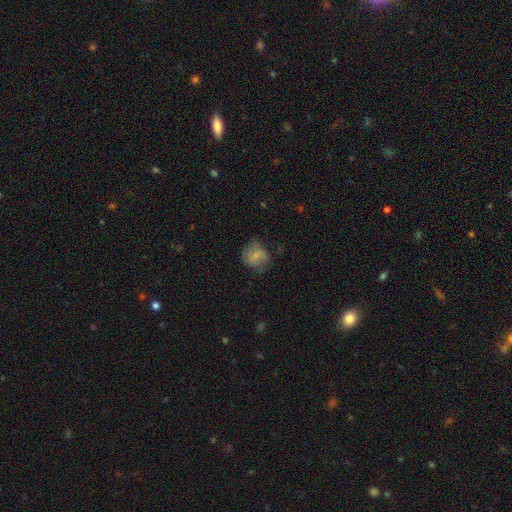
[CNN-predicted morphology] smooth_or_featured: smooth (p=0.66) [alt: featured or disk p=0.24]
how_rounded: round (p=0.71) [alt: in between p=0.27]
merging: none (p=0.64) [alt: minor disturbance p=0.23]